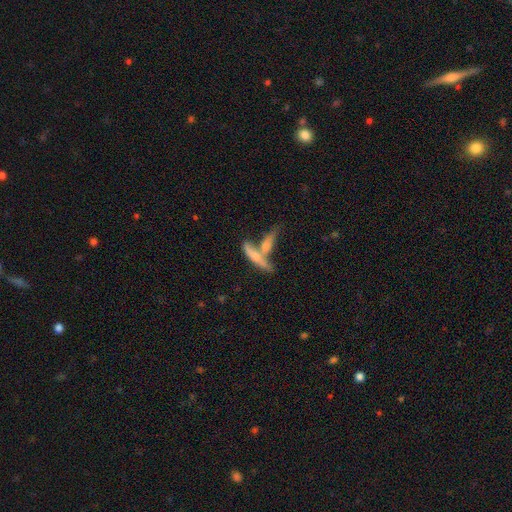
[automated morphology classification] smooth-or-featured: smooth: 54% | featured or disk: 38% | star or artifact: 8%
  how-rounded: cigar-shaped: 74% | in between: 23% | round: 3%
  merging: merger: 52% | none: 34% | minor disturbance: 9% | major disturbance: 5%